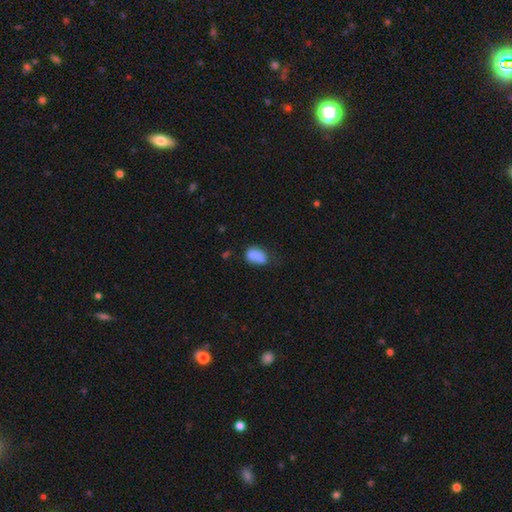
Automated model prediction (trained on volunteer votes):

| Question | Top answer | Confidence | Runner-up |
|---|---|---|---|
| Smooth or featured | smooth | 79% | featured or disk (12%) |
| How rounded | in between | 81% | round (17%) |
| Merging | none | 42% | minor disturbance (30%) |